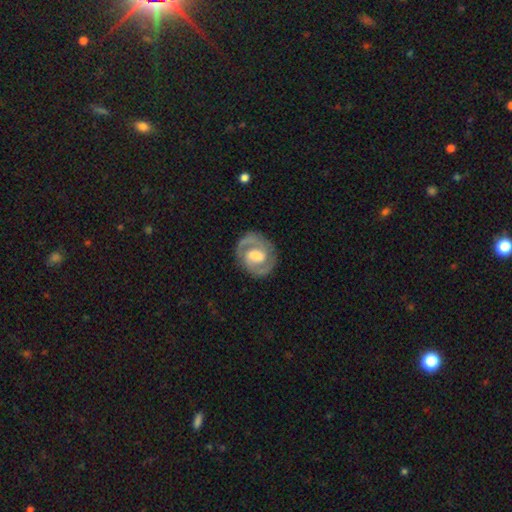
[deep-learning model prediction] Smooth or featured: featured or disk — 84% (smooth — 12%)
Edge-on disk: no — 98% (yes — 2%)
Bar: weak — 48% (no — 27%)
Spiral arms: yes — 92% (no — 8%)
Spiral winding: medium — 46% (tight — 45%)
Spiral arm count: 2 — 89% (can't tell — 4%)
Bulge size: moderate — 48% (large — 28%)
Merging: none — 83% (minor disturbance — 11%)